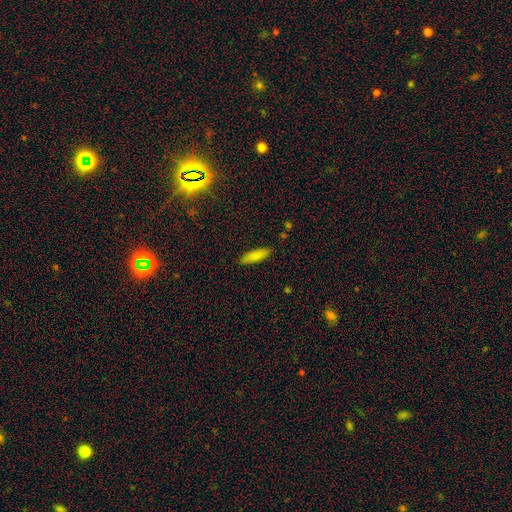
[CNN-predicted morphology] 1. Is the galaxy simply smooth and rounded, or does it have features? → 84% smooth, 8% featured or disk, 8% star or artifact.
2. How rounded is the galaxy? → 61% cigar-shaped, 37% in between, 2% round.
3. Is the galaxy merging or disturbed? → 88% none, 9% minor disturbance, 2% major disturbance, 1% merger.